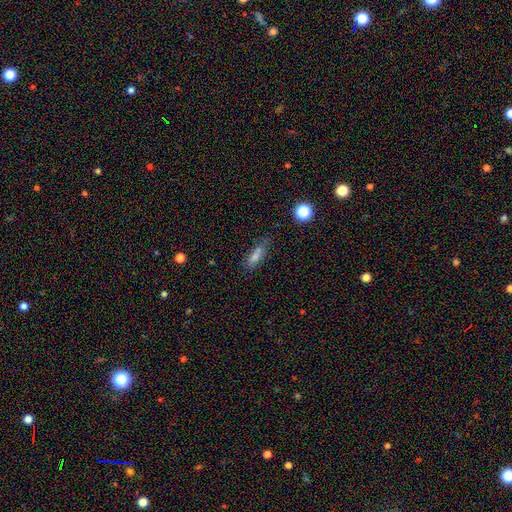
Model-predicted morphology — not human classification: A smooth galaxy with no disk features (73%) that is in between round and cigar-shaped (52%).

Vote fractions:
- Smooth or featured? smooth: 73% / featured or disk: 14% / star or artifact: 13%
- How rounded? in between: 52% / cigar-shaped: 44% / round: 4%
- Merging? none: 56% / minor disturbance: 27% / major disturbance: 10% / merger: 7%